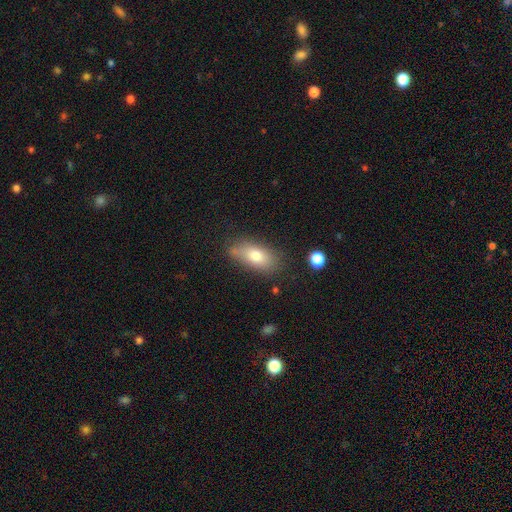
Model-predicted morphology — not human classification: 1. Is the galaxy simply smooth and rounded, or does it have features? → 75% smooth, 17% featured or disk, 8% star or artifact.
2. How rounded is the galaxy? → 84% in between, 10% cigar-shaped, 5% round.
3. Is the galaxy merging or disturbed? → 74% none, 18% minor disturbance, 4% major disturbance, 4% merger.